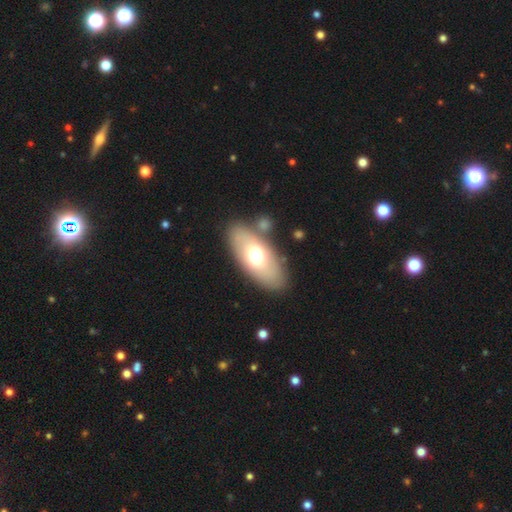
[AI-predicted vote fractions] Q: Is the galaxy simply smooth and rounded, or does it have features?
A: smooth — 61%.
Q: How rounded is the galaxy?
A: in between — 86%.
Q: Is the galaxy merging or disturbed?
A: none — 78%.